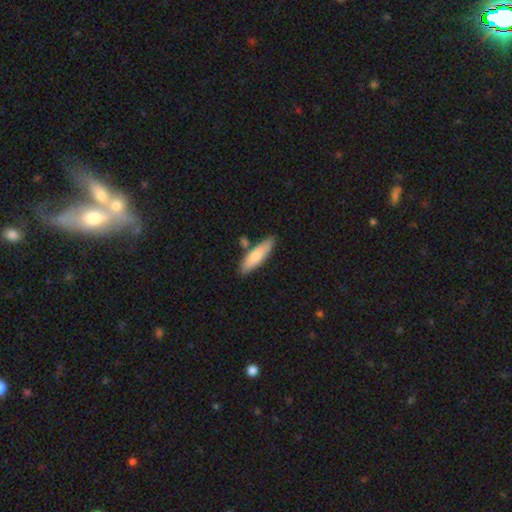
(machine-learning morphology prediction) smooth 75%, featured or disk 20%, star or artifact 5%. Down the decision tree: how rounded — cigar-shaped (59%); merging — none (75%).